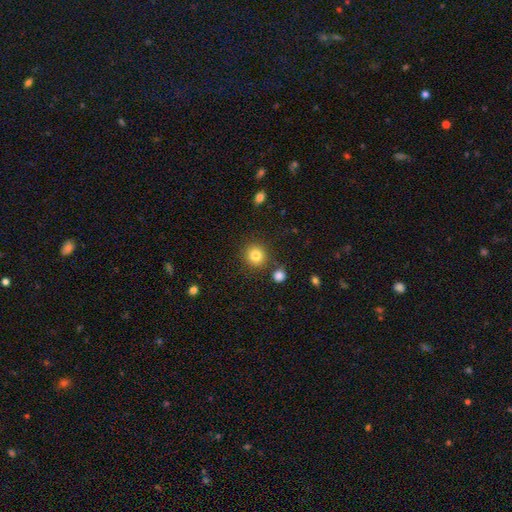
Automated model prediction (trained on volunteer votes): Smooth or featured? Predicted: smooth (p=0.83). How rounded? Predicted: round (p=0.90). Merging? Predicted: none (p=0.85).